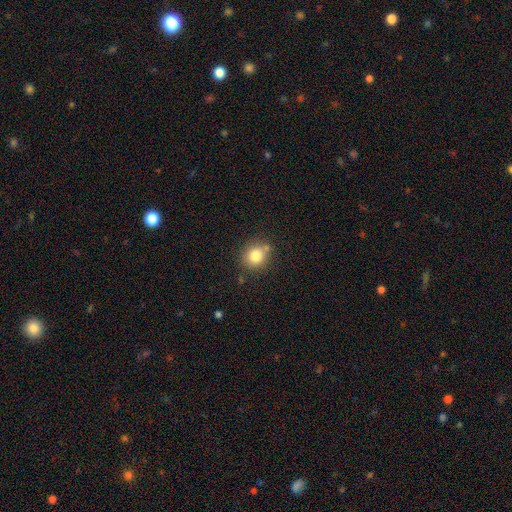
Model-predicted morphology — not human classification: Smooth or featured? smooth (80%)
How rounded? round (79%)
Merging? none (74%)